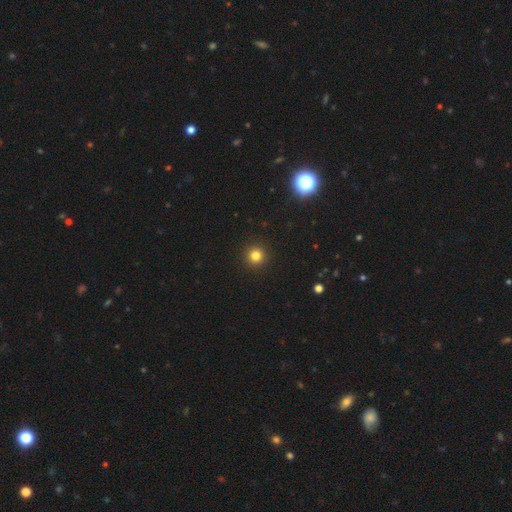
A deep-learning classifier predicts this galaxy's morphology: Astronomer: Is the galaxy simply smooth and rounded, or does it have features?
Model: smooth — 81%.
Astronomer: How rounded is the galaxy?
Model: round — 96%.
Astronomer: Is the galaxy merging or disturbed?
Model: none — 93%.